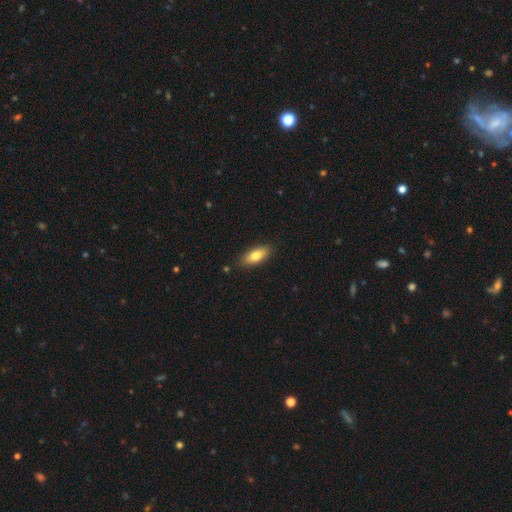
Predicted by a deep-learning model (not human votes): Overall: smooth (76%). How rounded: in between (76%). Merging: none (87%).